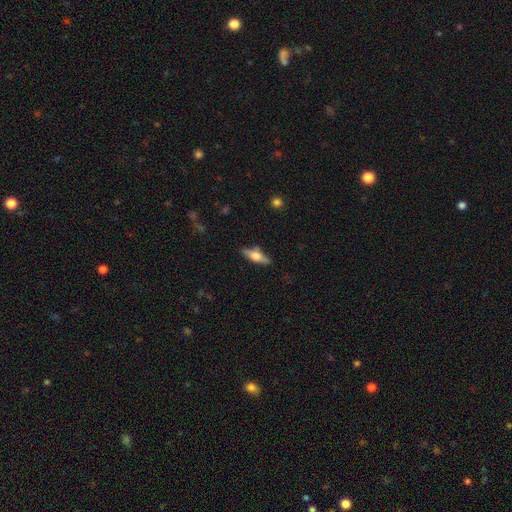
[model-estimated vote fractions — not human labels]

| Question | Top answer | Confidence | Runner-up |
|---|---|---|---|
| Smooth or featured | featured or disk | 48% | smooth (46%) |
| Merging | none | 82% | minor disturbance (13%) |